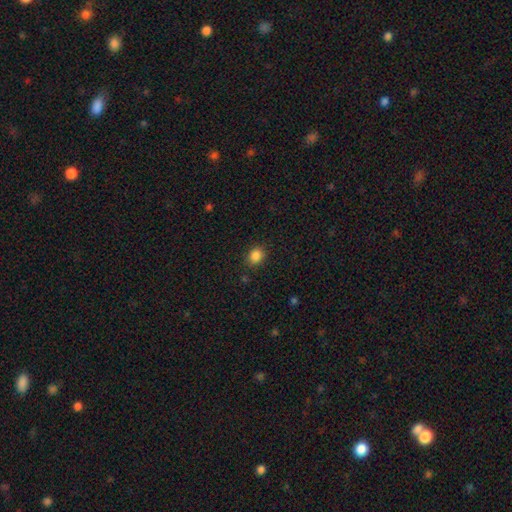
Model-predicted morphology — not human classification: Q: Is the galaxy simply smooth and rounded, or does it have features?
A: smooth — 86%.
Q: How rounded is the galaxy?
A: round — 58%.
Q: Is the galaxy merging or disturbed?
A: none — 87%.